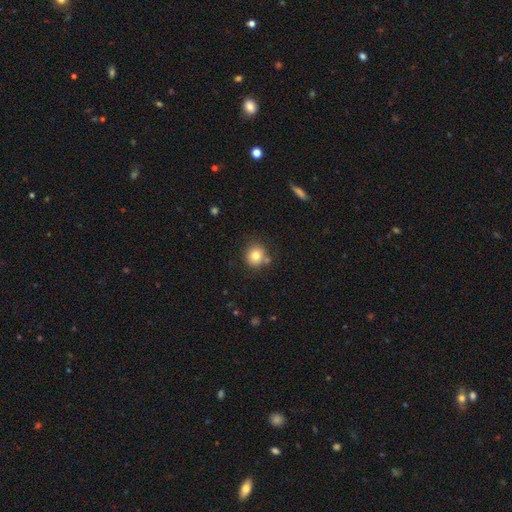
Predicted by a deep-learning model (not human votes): Morphology: type=smooth (79%); roundness=round (86%); merging=none (76%).